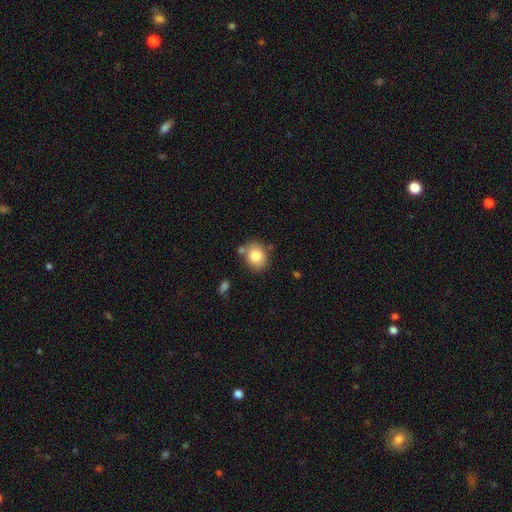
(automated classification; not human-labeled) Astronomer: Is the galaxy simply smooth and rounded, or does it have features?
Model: smooth — 81%.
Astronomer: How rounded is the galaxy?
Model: round — 66%.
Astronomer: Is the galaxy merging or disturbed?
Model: none — 71%.